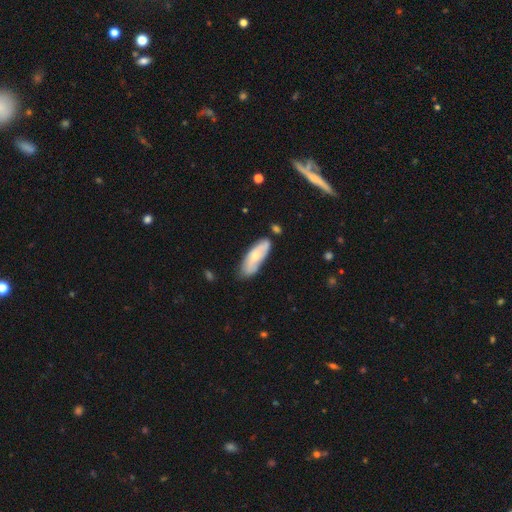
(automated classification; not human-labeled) A smooth galaxy with no disk features (55%) that is in between round and cigar-shaped (67%). Merging: none (69%).